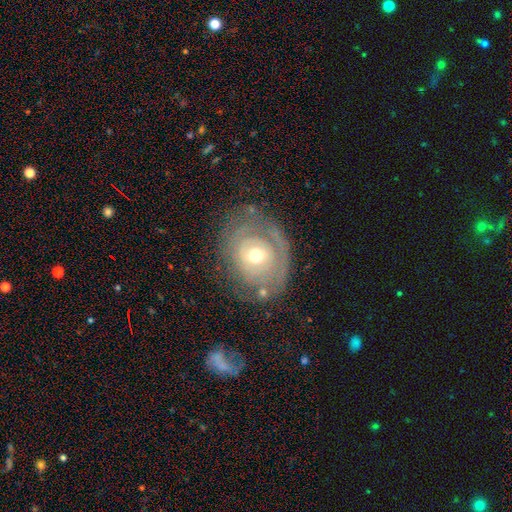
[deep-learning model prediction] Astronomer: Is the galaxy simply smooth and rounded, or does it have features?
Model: featured or disk — 68%.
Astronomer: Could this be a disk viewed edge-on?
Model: no — 95%.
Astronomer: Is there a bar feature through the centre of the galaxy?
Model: no — 76%.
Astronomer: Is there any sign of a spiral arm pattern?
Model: yes — 61% (runner-up: no, 39%).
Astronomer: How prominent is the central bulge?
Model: moderate — 65%.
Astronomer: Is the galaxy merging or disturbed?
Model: none — 64%.